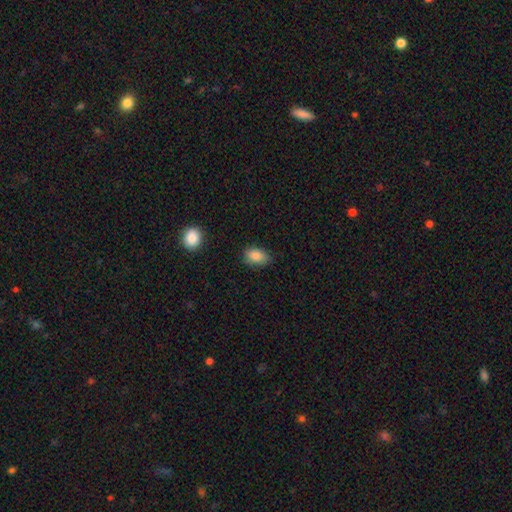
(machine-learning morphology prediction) Q: Smooth or featured?
A: smooth (87%); runner-up: star or artifact (8%)
Q: How rounded?
A: in between (87%); runner-up: round (11%)
Q: Merging?
A: none (78%); runner-up: minor disturbance (17%)